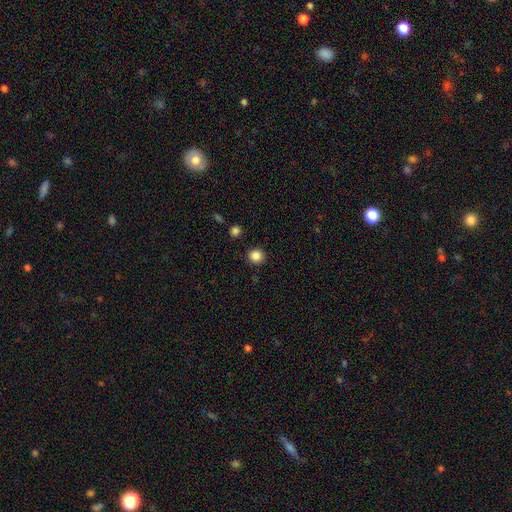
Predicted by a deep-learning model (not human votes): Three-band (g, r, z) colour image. It shows a smooth galaxy with no disk features (86%) that is round (92%). Merging: none (91%).